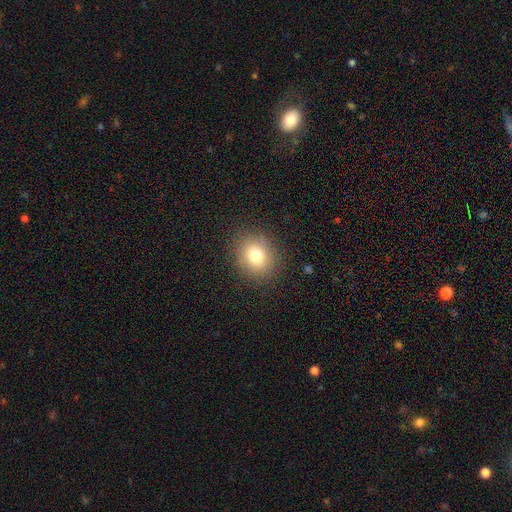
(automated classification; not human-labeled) Morphology: type=smooth (78%); roundness=round (76%); merging=none (87%).